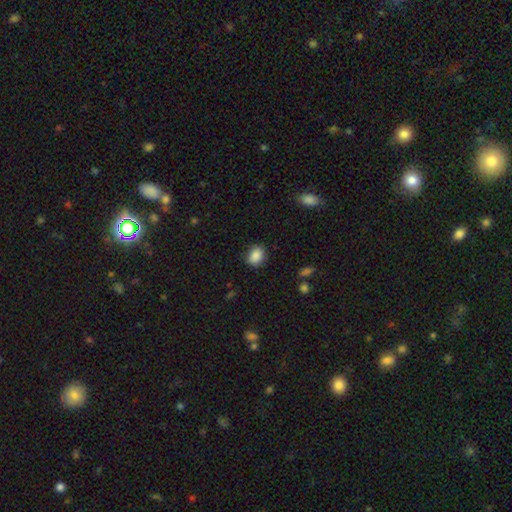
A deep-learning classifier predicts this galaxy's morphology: Smooth or featured? Predicted: smooth (p=0.87). How rounded? Predicted: in between (p=0.61). Merging? Predicted: none (p=0.83).